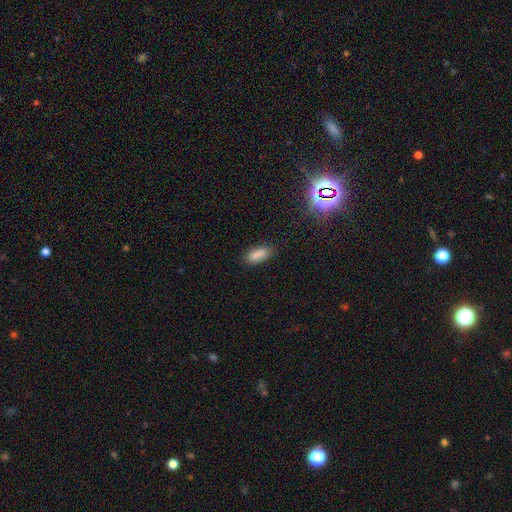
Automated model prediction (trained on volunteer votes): Smooth or featured?
  - smooth: 85% *
  - star or artifact: 11%
  - featured or disk: 5%
How rounded?
  - in between: 80% *
  - cigar-shaped: 18%
  - round: 2%
Merging?
  - none: 85% *
  - minor disturbance: 11%
  - major disturbance: 3%
  - merger: 1%